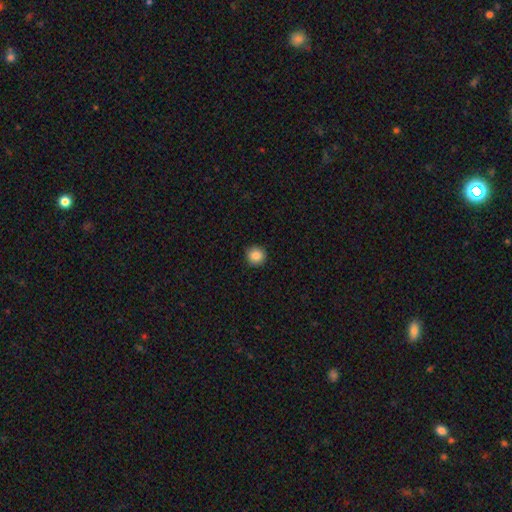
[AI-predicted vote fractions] This is clearly a smooth galaxy (86%). How rounded: clearly round (94%). Merging: clearly none (92%).